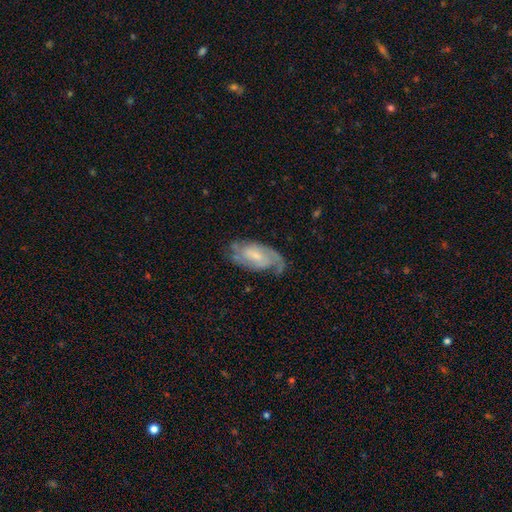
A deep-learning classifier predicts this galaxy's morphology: This is clearly a featured or disk galaxy (80%). It is clearly not viewed edge-on (95%). Bar: marginally no (45%). Spiral arm pattern: clearly yes (94%). Spiral arm count: likely 2 (67%). Spiral winding: marginally medium (44%). Central bulge: possibly small (56%). Merging: likely none (65%).